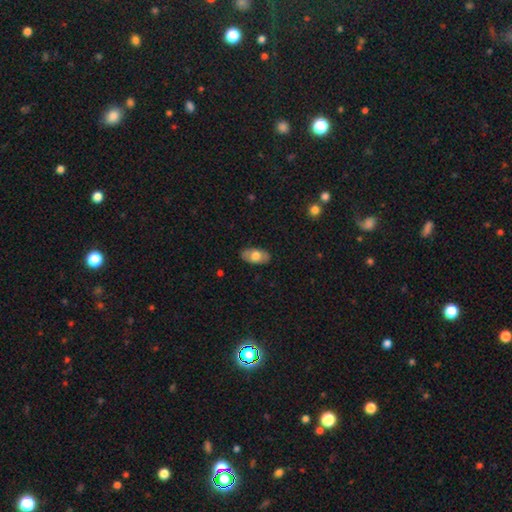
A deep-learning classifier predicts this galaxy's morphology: Overall: smooth (67%; featured or disk 27%). How rounded: in between (93%). Merging: none (85%).